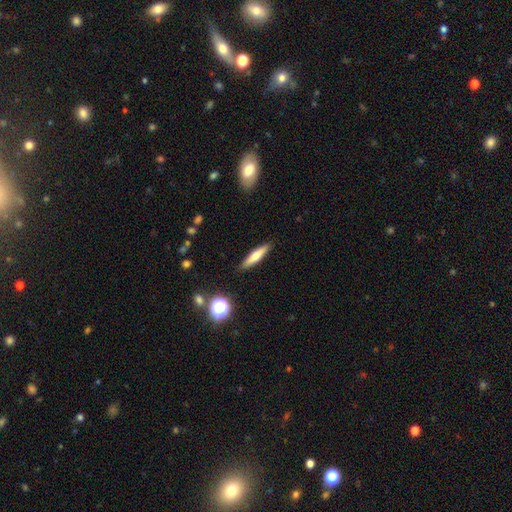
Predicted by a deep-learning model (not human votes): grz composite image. It shows a smooth galaxy with no disk features (63%) that is cigar-shaped (84%). Merging: none (89%).